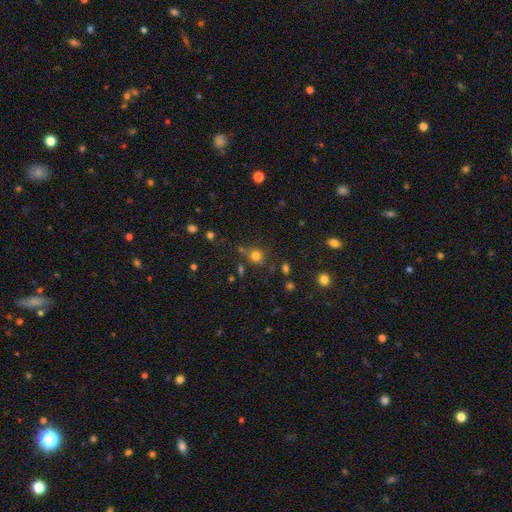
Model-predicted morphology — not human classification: Smooth or featured?
  - smooth: 73% *
  - star or artifact: 20%
  - featured or disk: 8%
How rounded?
  - round: 88% *
  - in between: 11%
  - cigar-shaped: 1%
Merging?
  - none: 69% *
  - merger: 13%
  - minor disturbance: 13%
  - major disturbance: 5%